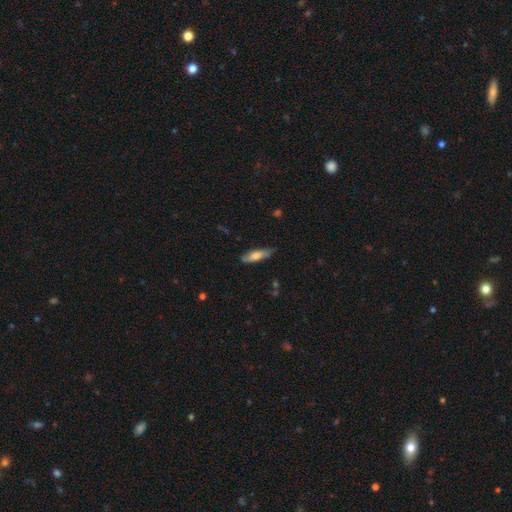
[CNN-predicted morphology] A smooth galaxy with no disk features (67%) that is cigar-shaped (59%).

Vote fractions:
- Smooth or featured? smooth: 67% / featured or disk: 27% / star or artifact: 6%
- How rounded? cigar-shaped: 59% / in between: 39% / round: 2%
- Merging? none: 74% / minor disturbance: 21% / major disturbance: 4% / merger: 1%